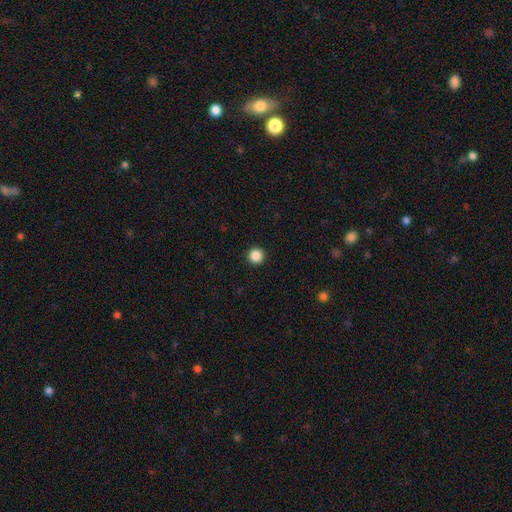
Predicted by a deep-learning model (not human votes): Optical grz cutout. It shows a smooth galaxy with no disk features (87%) that is round (97%). Merging: none (94%).